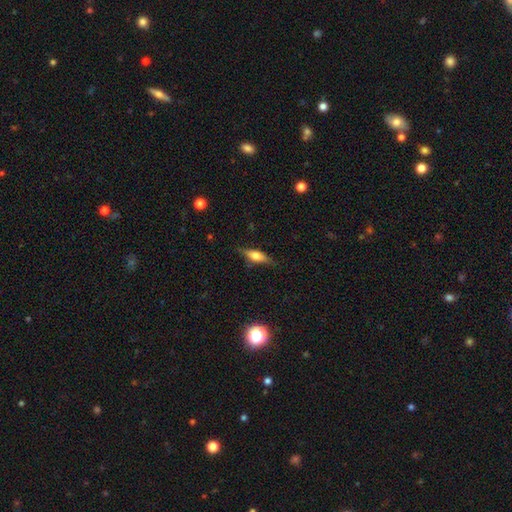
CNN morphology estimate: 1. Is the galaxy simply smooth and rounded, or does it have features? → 50% smooth, 42% featured or disk, 8% star or artifact.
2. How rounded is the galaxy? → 51% in between, 45% cigar-shaped, 4% round.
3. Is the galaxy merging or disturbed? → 79% none, 16% minor disturbance, 4% major disturbance, 1% merger.